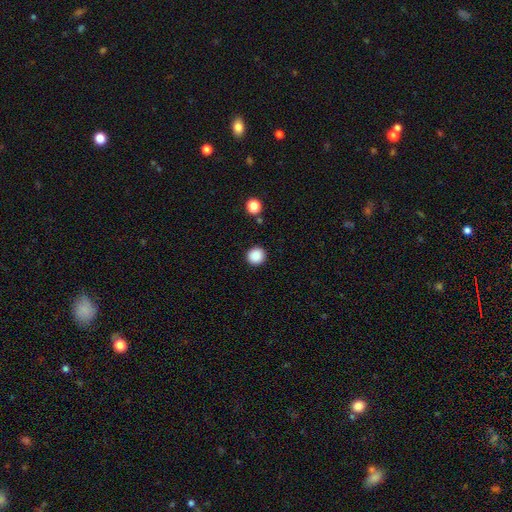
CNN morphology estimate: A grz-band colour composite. It shows a smooth galaxy with no disk features (88%) that is round (94%). Merging: none (91%).